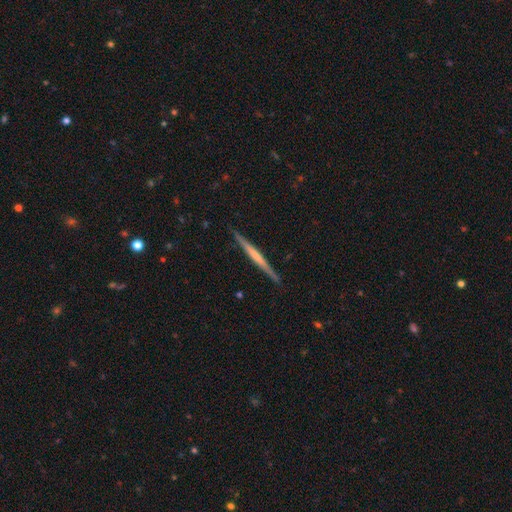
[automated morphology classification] Smooth or featured? featured or disk (60%)
Edge-on disk? yes (98%)
Edge-on bulge? none (71%)
Merging? none (90%)